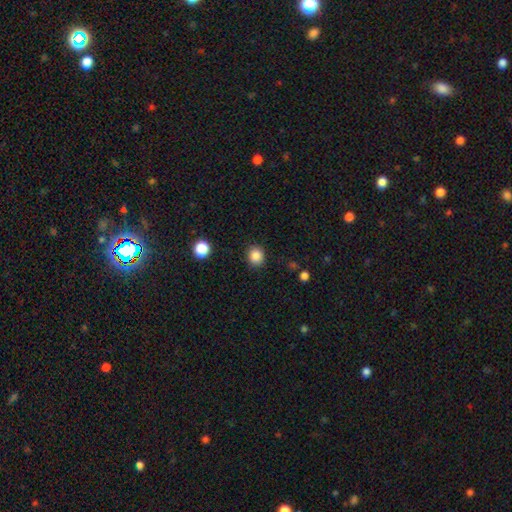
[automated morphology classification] type=smooth (87%); roundness=round (81%); merging=none (89%).